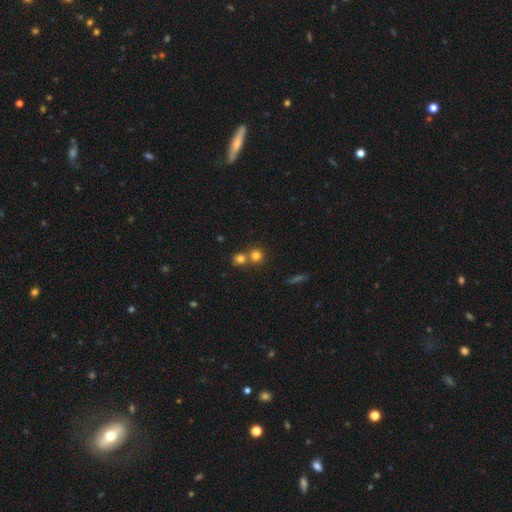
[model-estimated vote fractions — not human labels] Smooth or featured: smooth — 76% (star or artifact — 15%)
How rounded: round — 89% (in between — 10%)
Merging: none — 52% (merger — 41%)